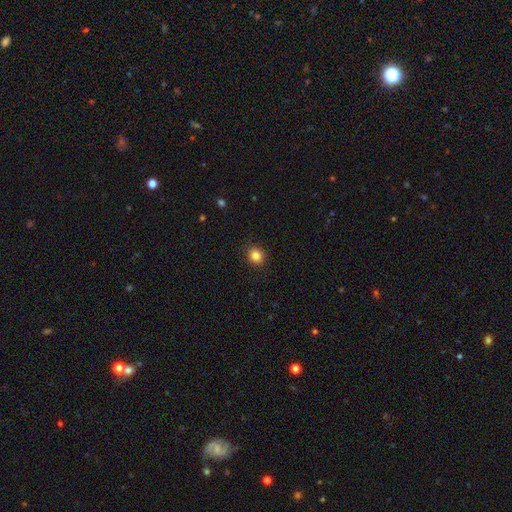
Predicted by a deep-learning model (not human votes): This is clearly a smooth galaxy (85%). How rounded: clearly round (86%). Merging: clearly none (90%).